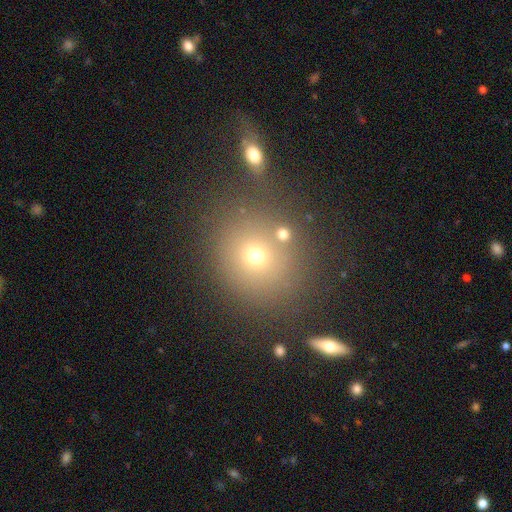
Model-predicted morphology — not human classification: A smooth galaxy with no disk features (67%) that is round (85%).

Vote fractions:
- Smooth or featured? smooth: 67% / star or artifact: 21% / featured or disk: 13%
- How rounded? round: 85% / in between: 14% / cigar-shaped: 1%
- Merging? none: 75% / minor disturbance: 10% / merger: 10% / major disturbance: 5%